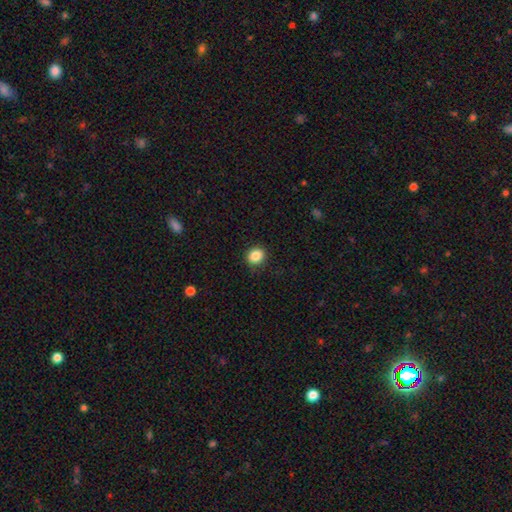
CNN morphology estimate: This is clearly a smooth galaxy (86%). How rounded: likely round (78%). Merging: clearly none (89%).